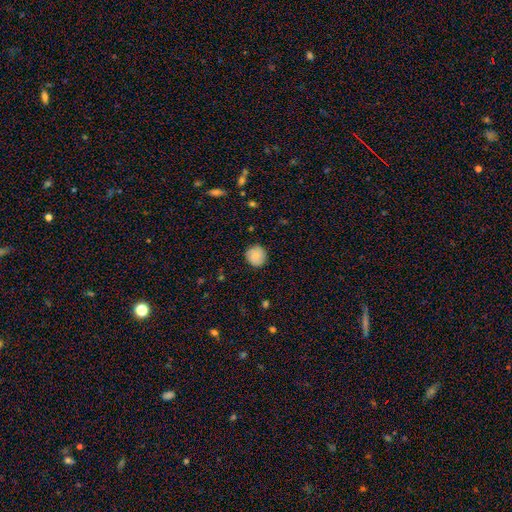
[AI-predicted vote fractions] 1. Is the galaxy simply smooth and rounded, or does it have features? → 80% smooth, 12% featured or disk, 7% star or artifact.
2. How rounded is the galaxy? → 91% round, 8% in between, 1% cigar-shaped.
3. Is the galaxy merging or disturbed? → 86% none, 11% minor disturbance, 2% major disturbance, 1% merger.